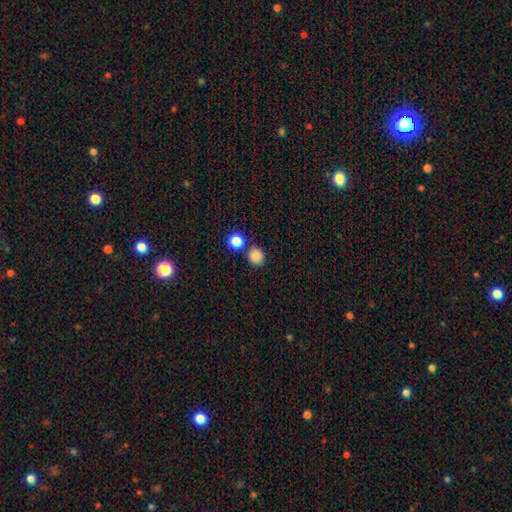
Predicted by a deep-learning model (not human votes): Smooth or featured: smooth — 84% (star or artifact — 12%)
How rounded: round — 80% (in between — 19%)
Merging: none — 73% (merger — 14%)